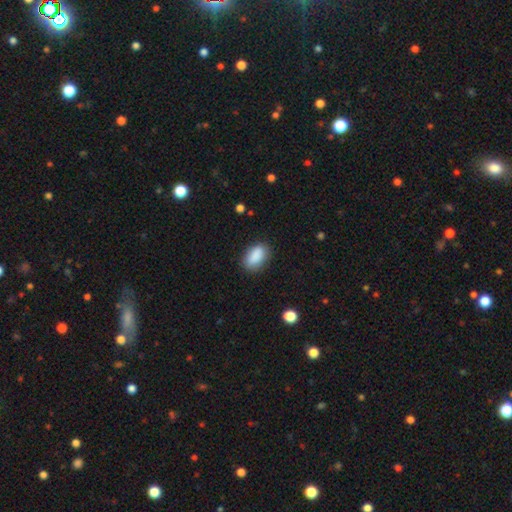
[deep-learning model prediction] smooth_or_featured: smooth (p=0.88) [alt: star or artifact p=0.08]
how_rounded: in between (p=0.90) [alt: round p=0.07]
merging: none (p=0.81) [alt: minor disturbance p=0.14]